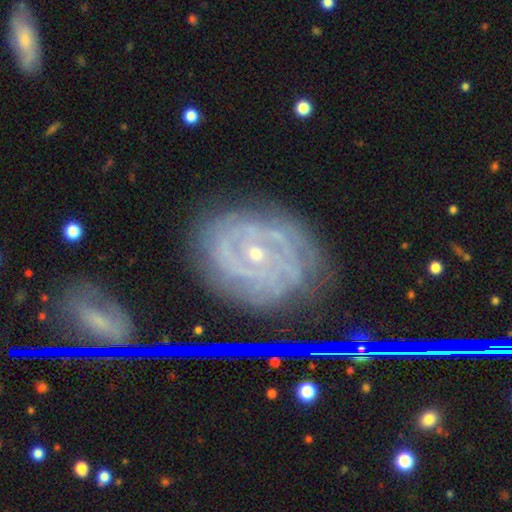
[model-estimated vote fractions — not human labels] A featured or disk galaxy (84%) with no bar (63%), can't tell (27%, tied with 2) tight (78%) spiral arms (96%) and a small central bulge (73%). Merging: none (75%).